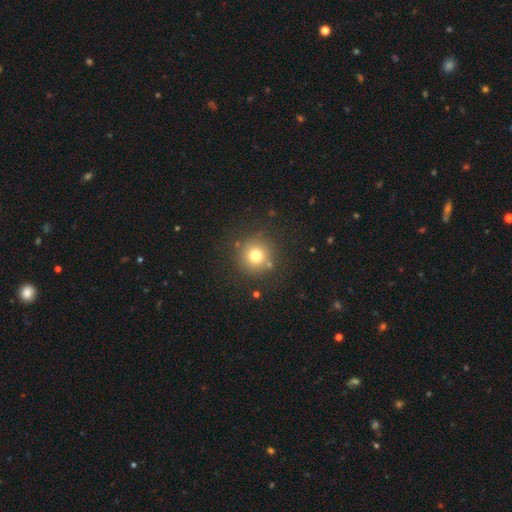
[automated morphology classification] Smooth or featured? Predicted: smooth (p=0.74). How rounded? Predicted: round (p=0.95). Merging? Predicted: none (p=0.84).